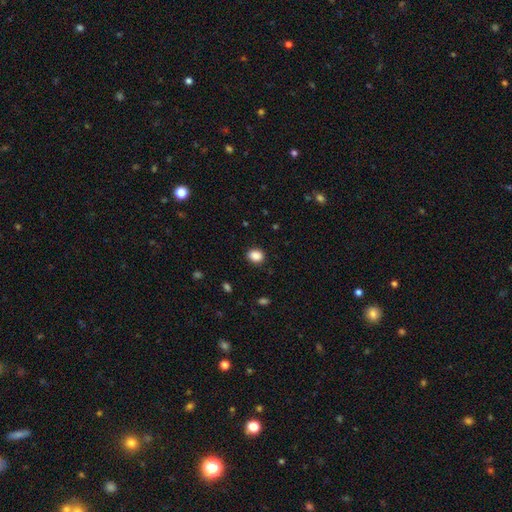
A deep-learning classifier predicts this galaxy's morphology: smooth-or-featured: smooth: 88% | star or artifact: 9% | featured or disk: 3%
  how-rounded: round: 55% | in between: 44% | cigar-shaped: 1%
  merging: none: 88% | minor disturbance: 9% | major disturbance: 2% | merger: 1%